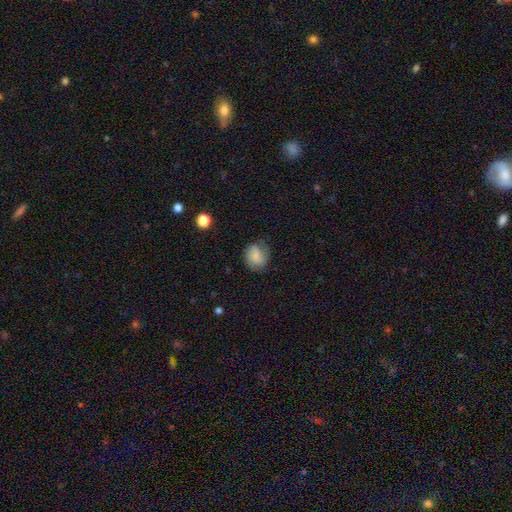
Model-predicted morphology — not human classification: smooth-or-featured: smooth: 70% | featured or disk: 22% | star or artifact: 9%
  how-rounded: round: 61% | in between: 38% | cigar-shaped: 1%
  merging: none: 60% | minor disturbance: 27% | major disturbance: 11% | merger: 1%